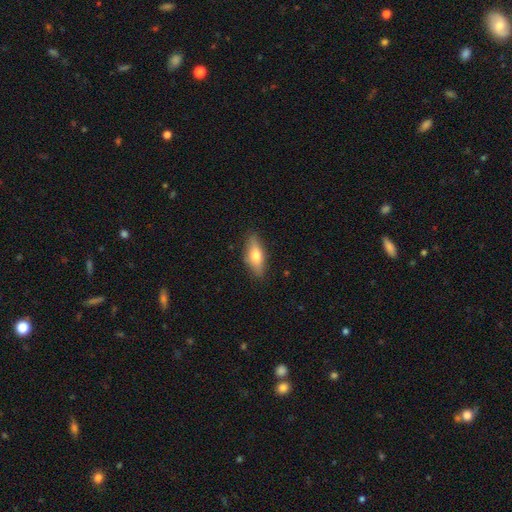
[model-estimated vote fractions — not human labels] A smooth galaxy with no disk features (59%) that is in between round and cigar-shaped (62%).

Vote fractions:
- Smooth or featured? smooth: 59% / featured or disk: 34% / star or artifact: 7%
- How rounded? in between: 62% / cigar-shaped: 34% / round: 3%
- Merging? none: 84% / minor disturbance: 12% / major disturbance: 3% / merger: 1%